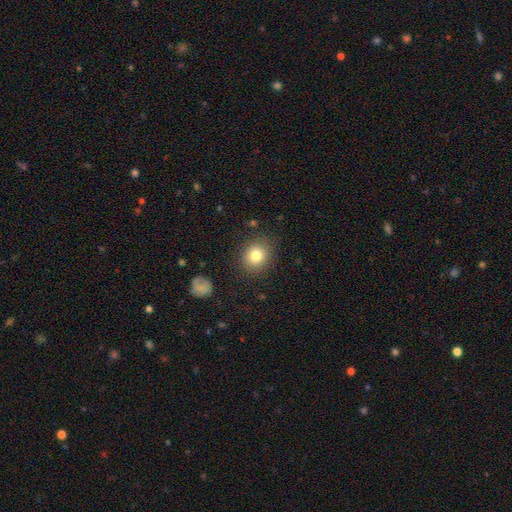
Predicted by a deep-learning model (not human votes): smooth-or-featured: smooth: 80% | star or artifact: 11% | featured or disk: 9%
  how-rounded: round: 76% | in between: 23% | cigar-shaped: 1%
  merging: none: 85% | minor disturbance: 10% | major disturbance: 3% | merger: 1%